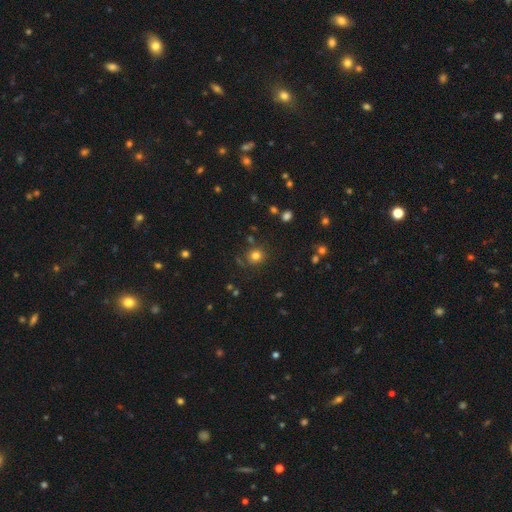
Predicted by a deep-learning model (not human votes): smooth 78%, star or artifact 15%, featured or disk 7%. Down the decision tree: how rounded — round (85%); merging — none (80%).